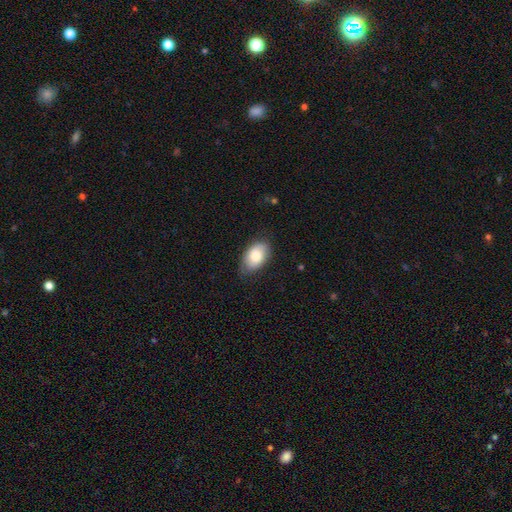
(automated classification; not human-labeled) Morphology: type=smooth (76%); roundness=in between (92%); merging=none (73%).